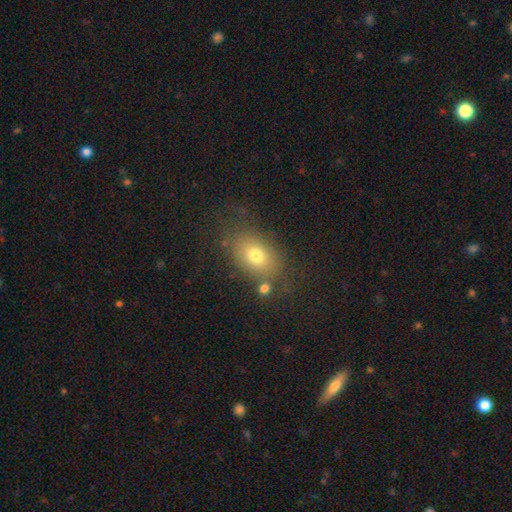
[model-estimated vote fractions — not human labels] Morphology: type=smooth (73%); roundness=in between (77%); merging=none (72%).